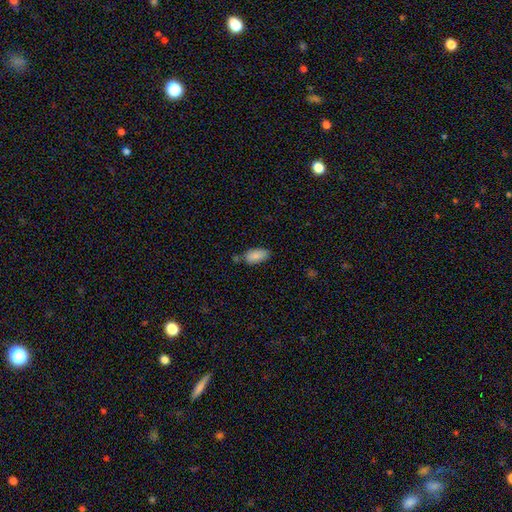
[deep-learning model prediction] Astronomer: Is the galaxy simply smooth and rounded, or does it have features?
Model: smooth — 87%.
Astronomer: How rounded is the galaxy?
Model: in between — 93%.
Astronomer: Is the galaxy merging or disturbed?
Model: none — 69%.